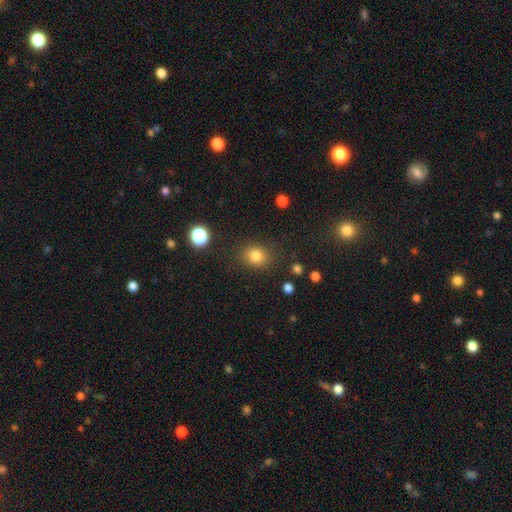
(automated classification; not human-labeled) This is clearly a smooth galaxy (81%). How rounded: likely round (64%). Merging: clearly none (83%).